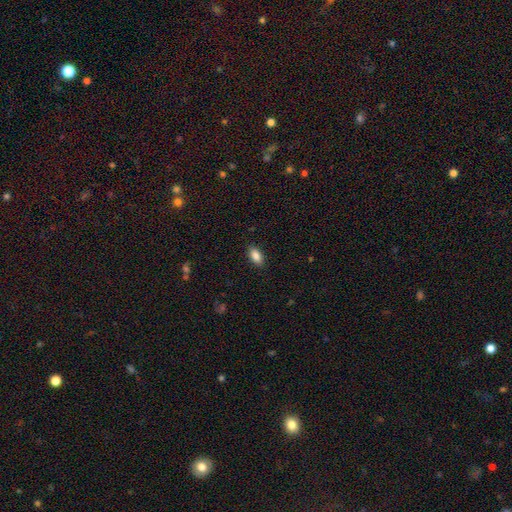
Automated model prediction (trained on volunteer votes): Smooth or featured? smooth (88%)
How rounded? in between (92%)
Merging? none (89%)